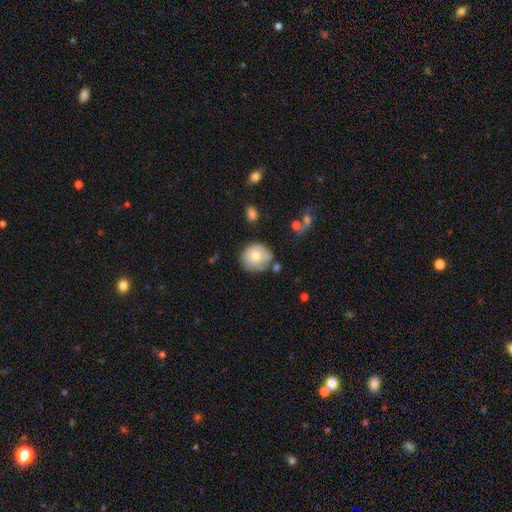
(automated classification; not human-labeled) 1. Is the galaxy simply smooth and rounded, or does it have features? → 69% smooth, 23% featured or disk, 8% star or artifact.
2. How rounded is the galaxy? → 81% round, 18% in between, 1% cigar-shaped.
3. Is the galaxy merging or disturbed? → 62% none, 25% minor disturbance, 7% merger, 6% major disturbance.